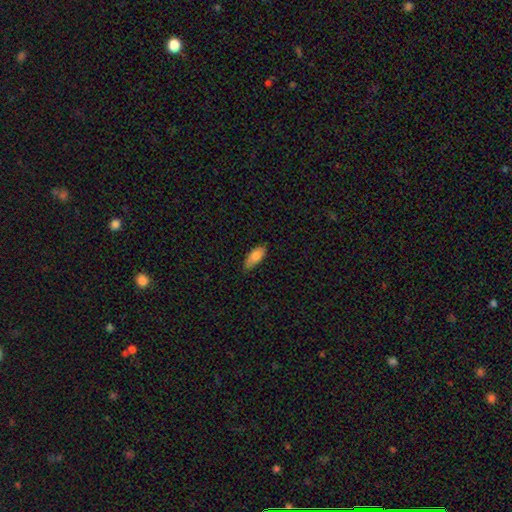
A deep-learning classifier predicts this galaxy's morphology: Smooth or featured: smooth — 81% (featured or disk — 12%)
How rounded: in between — 82% (cigar-shaped — 16%)
Merging: none — 74% (minor disturbance — 22%)